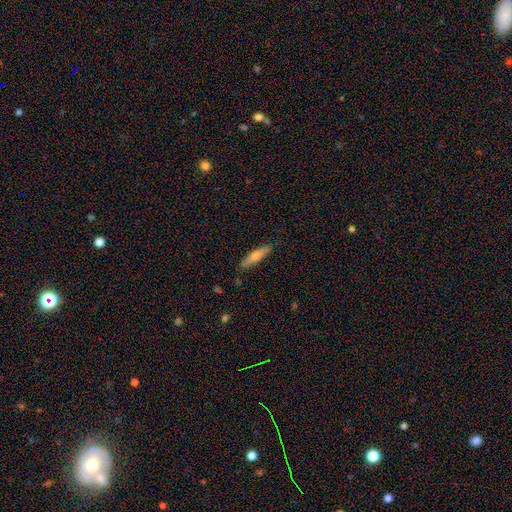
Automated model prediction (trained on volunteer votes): A smooth galaxy with no disk features (59%) that is cigar-shaped (81%). Merging: none (87%).